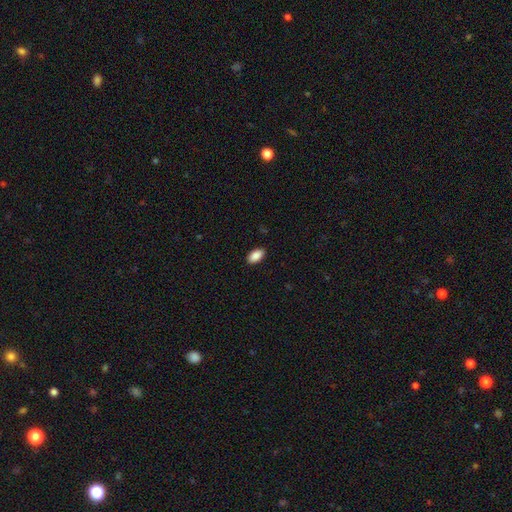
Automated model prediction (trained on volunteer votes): Overall: smooth (89%). How rounded: in between (94%). Merging: none (89%).